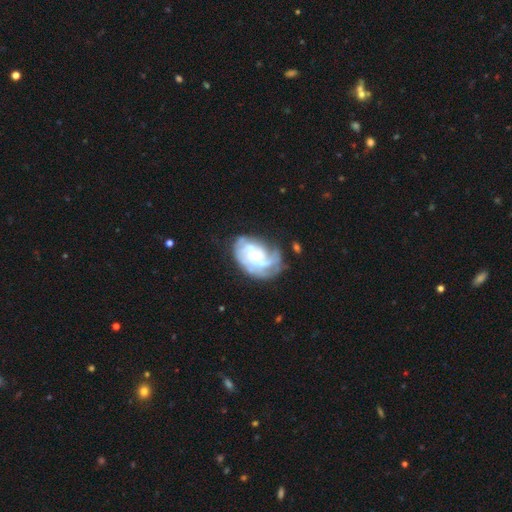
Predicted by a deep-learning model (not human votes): Smooth or featured: featured or disk — 83% (smooth — 11%)
Edge-on disk: no — 97% (yes — 3%)
Bar: no — 70% (weak — 25%)
Spiral arms: yes — 92% (no — 8%)
Spiral winding: tight — 63% (medium — 29%)
Spiral arm count: can't tell — 34% (2 — 25%)
Bulge size: small — 59% (moderate — 35%)
Merging: none — 55% (minor disturbance — 24%)